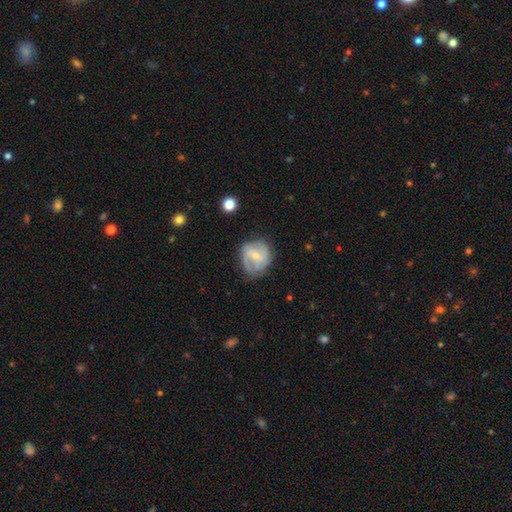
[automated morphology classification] Smooth or featured? Predicted: featured or disk (p=0.71). Edge-on disk? Predicted: no (p=0.98). Bar? Predicted: weak (p=0.54). Spiral arms? Predicted: yes (p=0.90). Spiral winding? Predicted: medium (p=0.46). Spiral arm count? Predicted: 2 (p=0.54). Bulge size? Predicted: small (p=0.62). Merging? Predicted: none (p=0.65).